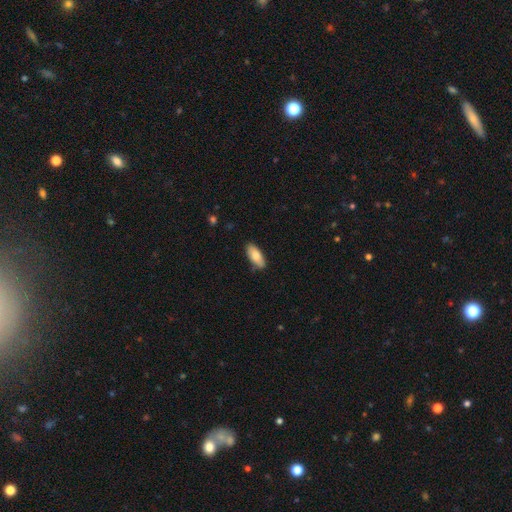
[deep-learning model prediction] This appears to be a smooth galaxy with no disk features (80%) that is in between round and cigar-shaped (82%). Merging: none (81%).